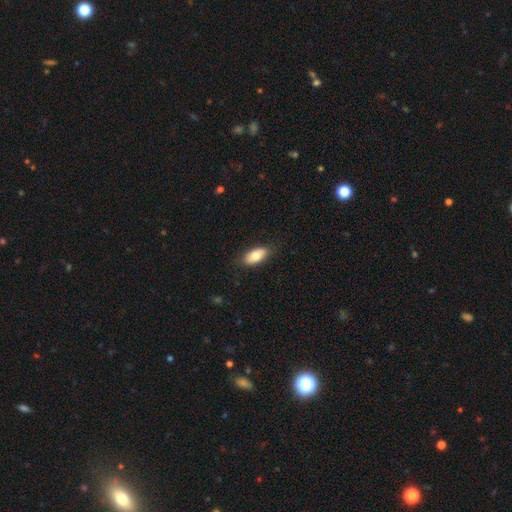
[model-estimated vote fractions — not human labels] Smooth or featured: smooth — 79% (featured or disk — 15%)
How rounded: in between — 89% (cigar-shaped — 9%)
Merging: none — 84% (minor disturbance — 13%)